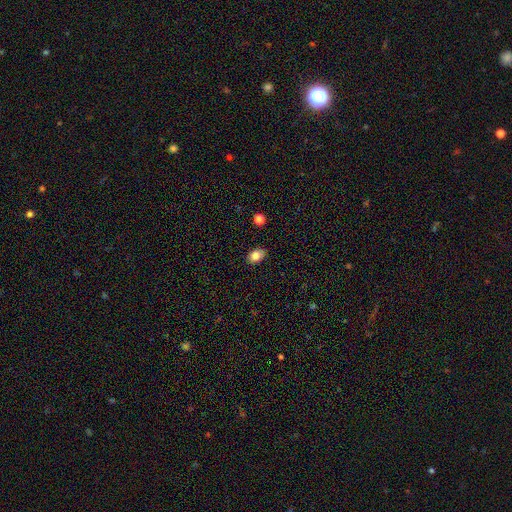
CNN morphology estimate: A smooth galaxy with no disk features (82%) that is in between round and cigar-shaped (79%). Merging: none (84%).